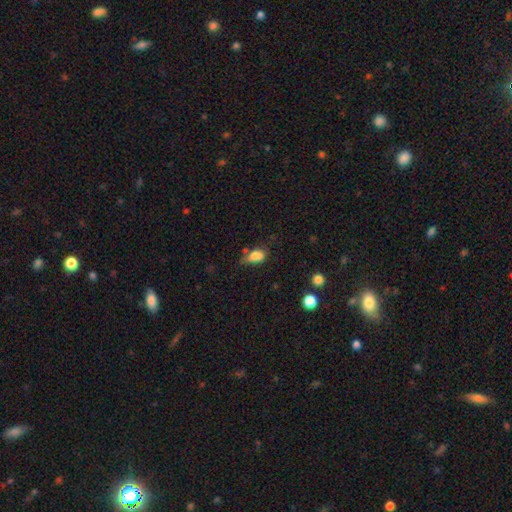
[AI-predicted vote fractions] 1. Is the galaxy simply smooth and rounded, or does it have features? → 73% smooth, 15% featured or disk, 12% star or artifact.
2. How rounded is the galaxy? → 82% in between, 12% round, 6% cigar-shaped.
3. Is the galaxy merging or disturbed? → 32% minor disturbance, 31% none, 19% merger, 18% major disturbance.